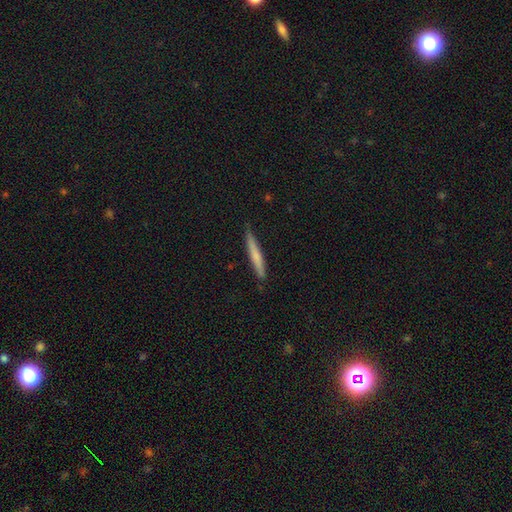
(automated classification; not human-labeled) A smooth galaxy with no disk features (64%) that is cigar-shaped (96%). Merging: none (87%).